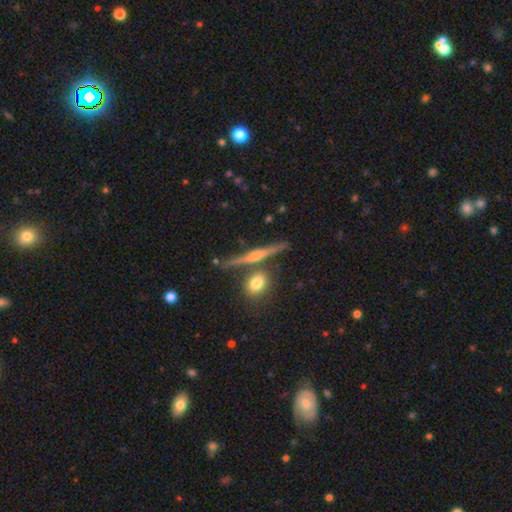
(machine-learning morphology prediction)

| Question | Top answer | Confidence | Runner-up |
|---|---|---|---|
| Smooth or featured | featured or disk | 72% | smooth (20%) |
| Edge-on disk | yes | 97% | no (3%) |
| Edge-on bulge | rounded | 74% | none (15%) |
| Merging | none | 79% | minor disturbance (9%) |